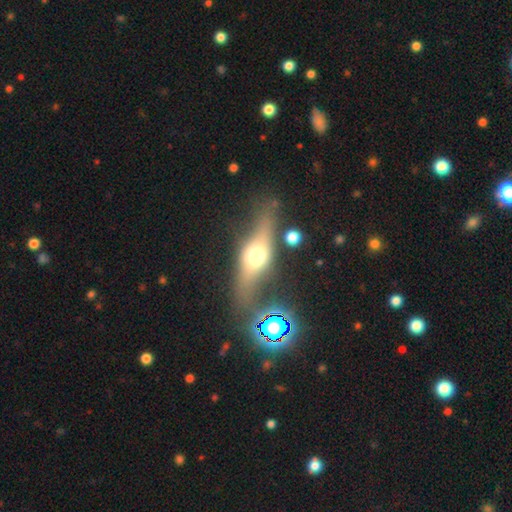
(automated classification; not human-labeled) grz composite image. It shows a featured or disk galaxy (58%) viewed edge-on (76%). Merging: none (65%).